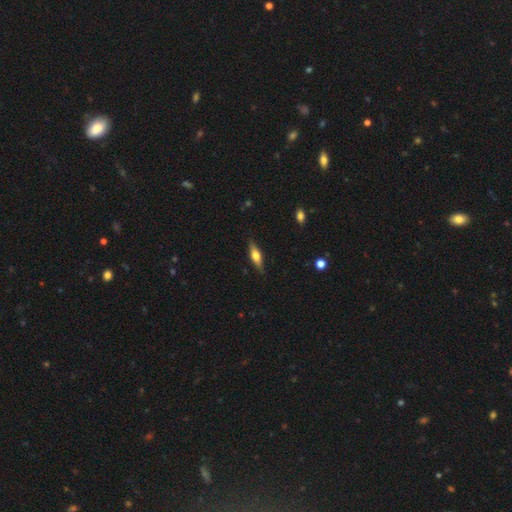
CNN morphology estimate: smooth_or_featured: featured or disk (p=0.49) [alt: smooth p=0.44]
merging: none (p=0.86) [alt: minor disturbance p=0.11]